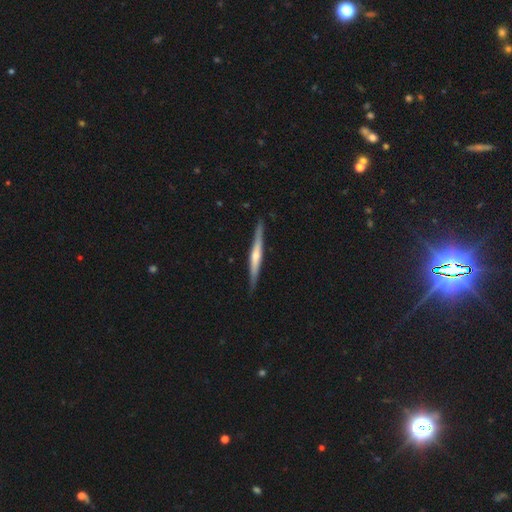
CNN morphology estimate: Overall: featured or disk (72%). Edge-on disk: yes (98%). Edge-on bulge: rounded (73%). Merging: none (90%).